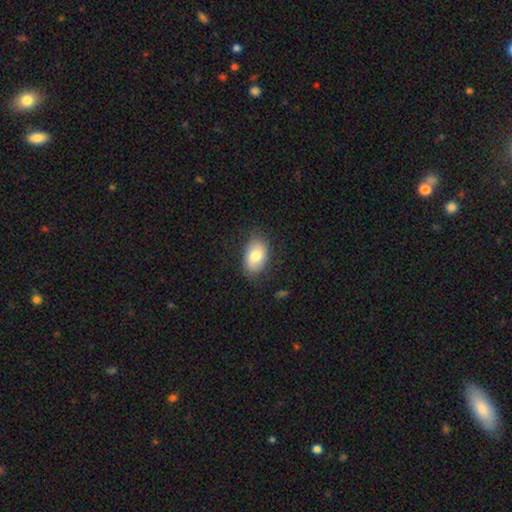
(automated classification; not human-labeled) This appears to be a smooth galaxy with no disk features (78%) that is in between round and cigar-shaped (87%). Merging: none (81%).